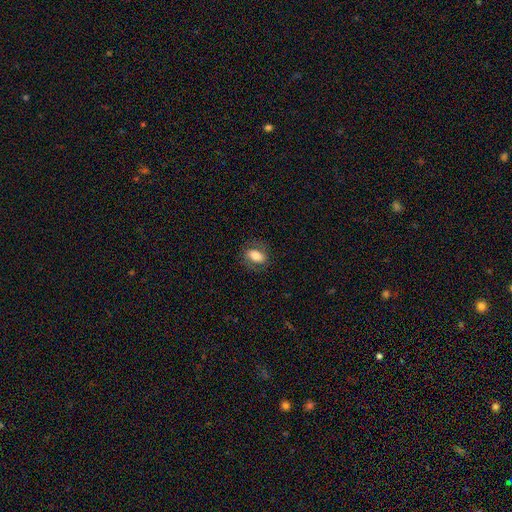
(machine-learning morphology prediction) This appears to be a smooth galaxy with no disk features (61%) that is in between round and cigar-shaped (82%). Merging: none (76%).